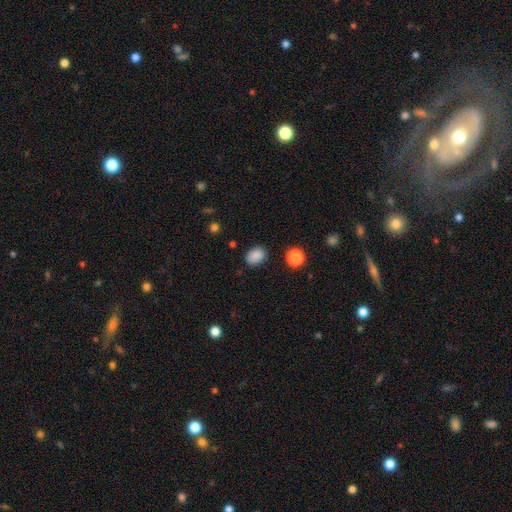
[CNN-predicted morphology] Overall: smooth (87%). How rounded: in between (70%). Merging: none (85%).